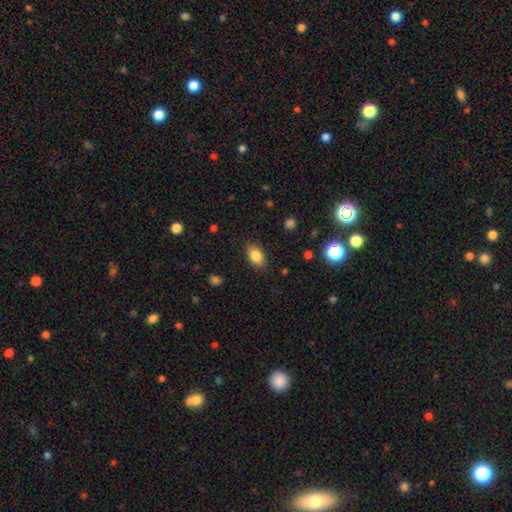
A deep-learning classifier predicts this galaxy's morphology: This is clearly a smooth galaxy (85%). How rounded: clearly in between (87%). Merging: clearly none (84%).